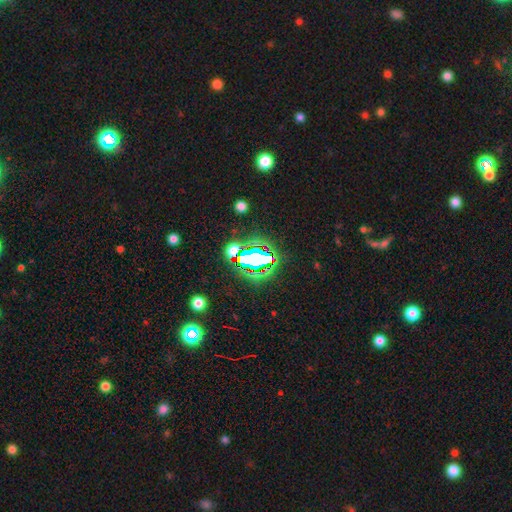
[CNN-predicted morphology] A star or artifact, not a galaxy (81%).

Vote fractions:
- Smooth or featured? star or artifact: 81% / smooth: 12% / featured or disk: 7%